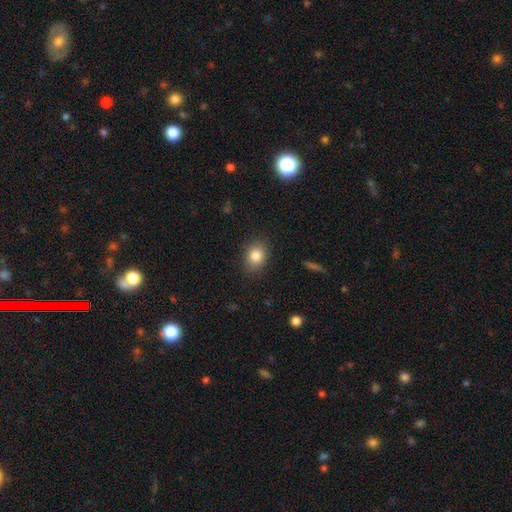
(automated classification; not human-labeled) smooth_or_featured: smooth (p=0.82) [alt: star or artifact p=0.10]
how_rounded: in between (p=0.61) [alt: round p=0.37]
merging: none (p=0.85) [alt: minor disturbance p=0.11]